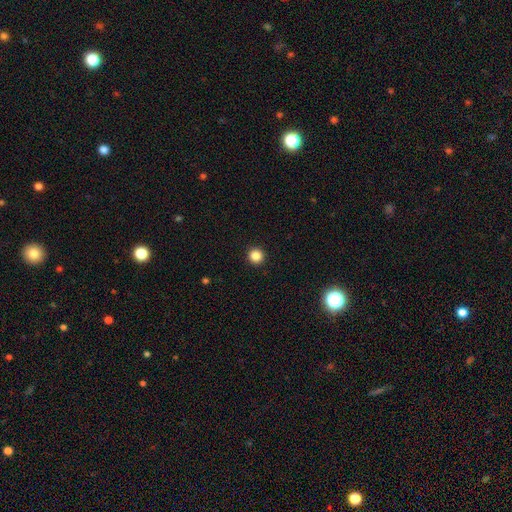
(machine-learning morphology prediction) smooth_or_featured: smooth (p=0.86) [alt: star or artifact p=0.11]
how_rounded: round (p=0.96) [alt: in between p=0.04]
merging: none (p=0.94) [alt: minor disturbance p=0.04]